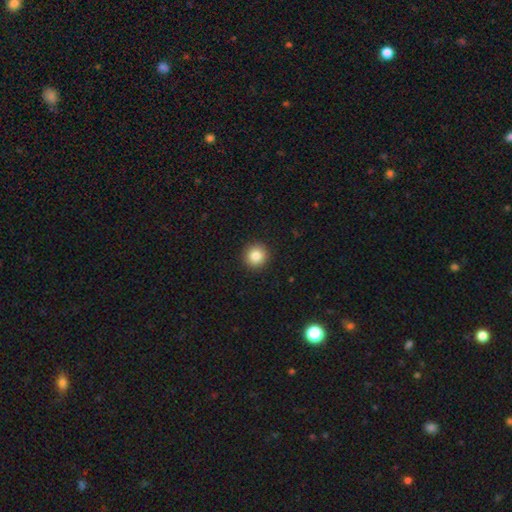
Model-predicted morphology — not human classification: This appears to be a smooth galaxy with no disk features (85%) that is round (94%). Merging: none (92%).